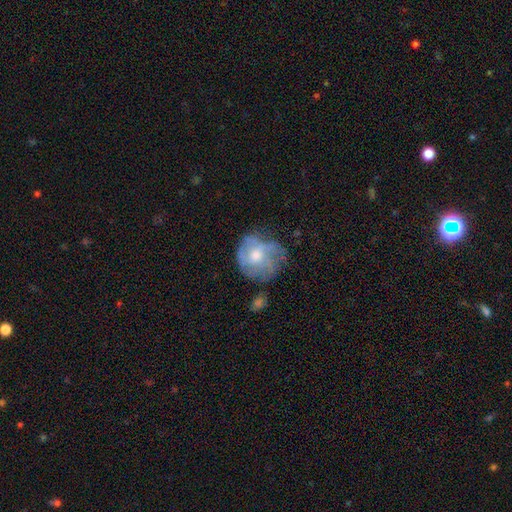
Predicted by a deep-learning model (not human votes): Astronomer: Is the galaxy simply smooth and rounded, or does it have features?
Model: featured or disk — 58% (runner-up: smooth, 33%).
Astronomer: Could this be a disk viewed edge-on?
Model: no — 97%.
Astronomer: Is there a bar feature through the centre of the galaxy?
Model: no — 76%.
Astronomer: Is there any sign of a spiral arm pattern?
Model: yes — 61% (runner-up: no, 39%).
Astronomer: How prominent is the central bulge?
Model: moderate — 65%.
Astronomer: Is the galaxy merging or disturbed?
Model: none — 56%.